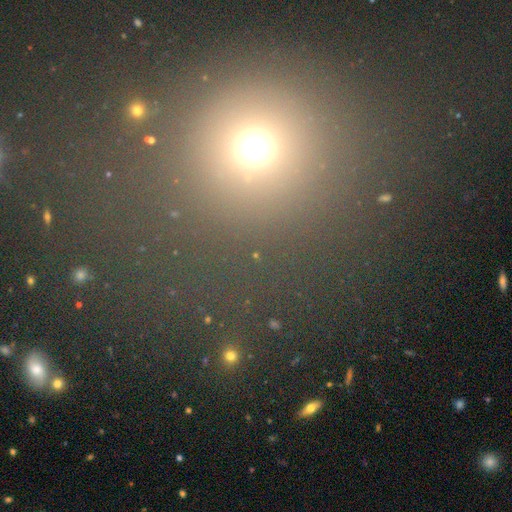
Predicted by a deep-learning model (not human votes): A smooth galaxy with no disk features (60%) that is round (89%). Merging: none (78%).